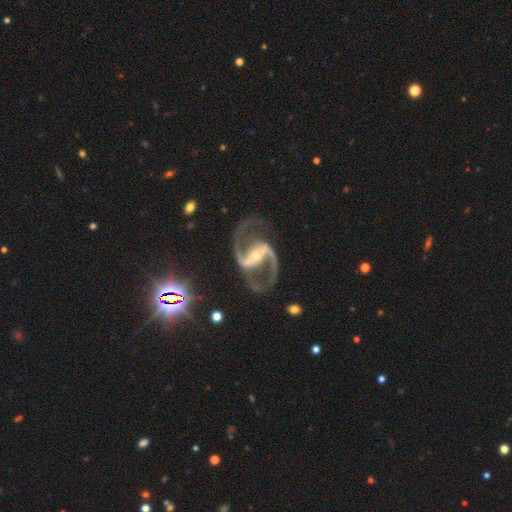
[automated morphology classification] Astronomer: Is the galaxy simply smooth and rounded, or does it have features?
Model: featured or disk — 94%.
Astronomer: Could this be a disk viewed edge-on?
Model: no — 98%.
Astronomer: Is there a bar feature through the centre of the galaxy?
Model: strong — 68%.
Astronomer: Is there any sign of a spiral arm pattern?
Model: yes — 98%.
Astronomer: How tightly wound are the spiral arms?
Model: medium — 58% (runner-up: loose, 33%).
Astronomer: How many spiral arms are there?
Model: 2 — 95%.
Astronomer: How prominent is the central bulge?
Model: small — 62%.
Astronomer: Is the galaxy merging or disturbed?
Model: none — 78%.